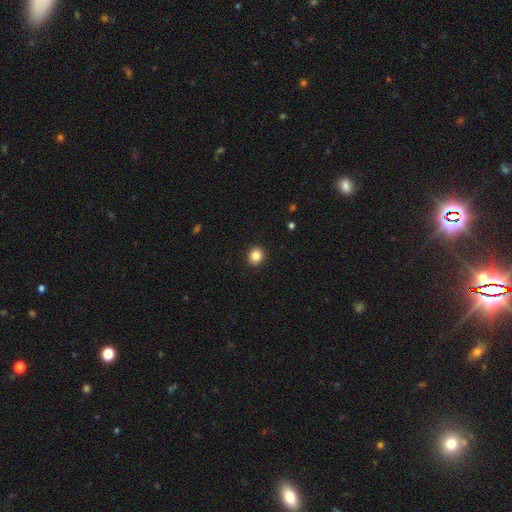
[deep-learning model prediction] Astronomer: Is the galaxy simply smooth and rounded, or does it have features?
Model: smooth — 85%.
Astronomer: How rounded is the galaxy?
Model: round — 80%.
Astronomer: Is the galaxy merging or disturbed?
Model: none — 92%.